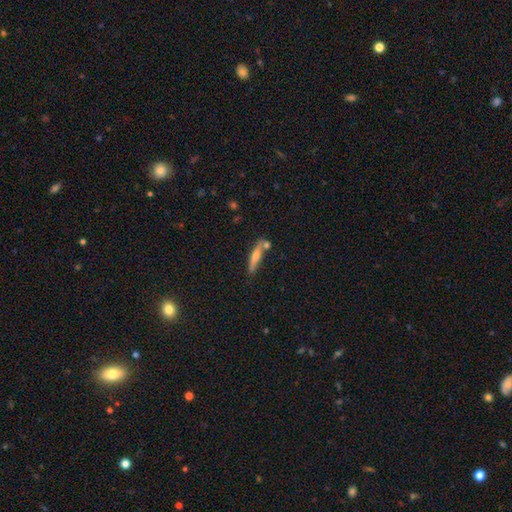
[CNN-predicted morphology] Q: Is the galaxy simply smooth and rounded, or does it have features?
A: smooth — 46%.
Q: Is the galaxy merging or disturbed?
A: none — 67%.